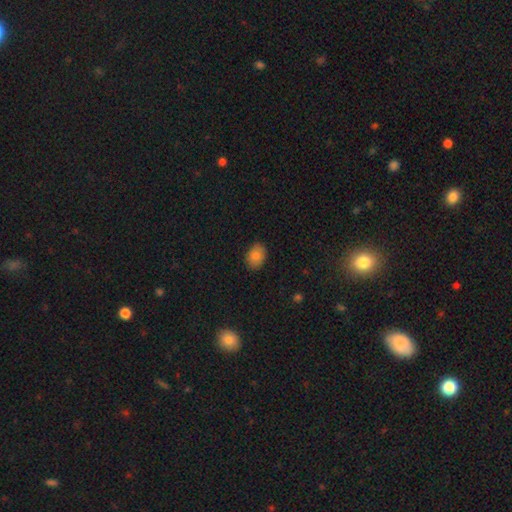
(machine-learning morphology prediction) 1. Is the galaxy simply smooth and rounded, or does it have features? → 82% smooth, 9% featured or disk, 9% star or artifact.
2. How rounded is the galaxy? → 73% in between, 26% round, 1% cigar-shaped.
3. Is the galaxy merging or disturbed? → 86% none, 11% minor disturbance, 2% major disturbance, 1% merger.